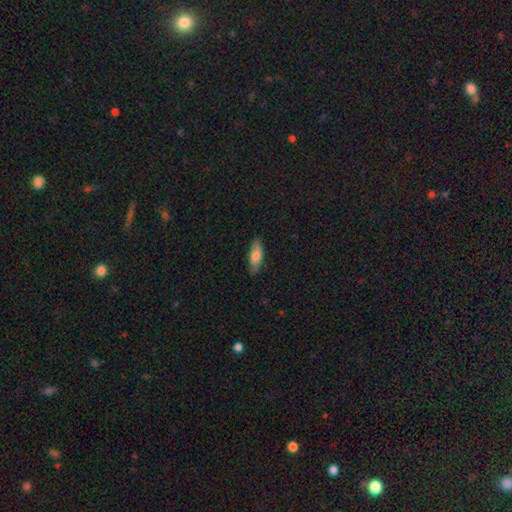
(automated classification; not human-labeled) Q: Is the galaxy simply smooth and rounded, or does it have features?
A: smooth — 75%.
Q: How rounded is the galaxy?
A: in between — 68%.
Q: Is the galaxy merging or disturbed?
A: none — 81%.